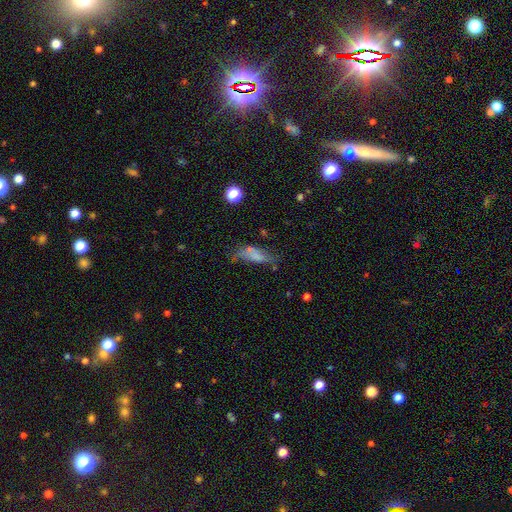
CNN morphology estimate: Smooth or featured? smooth (55%)
How rounded? in between (68%)
Merging? none (33%)